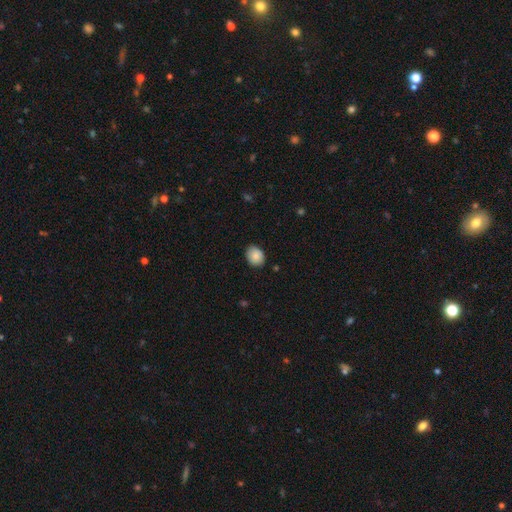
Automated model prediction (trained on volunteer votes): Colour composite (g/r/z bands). It shows a smooth galaxy with no disk features (87%) that is in between round and cigar-shaped (52%). Merging: none (81%).